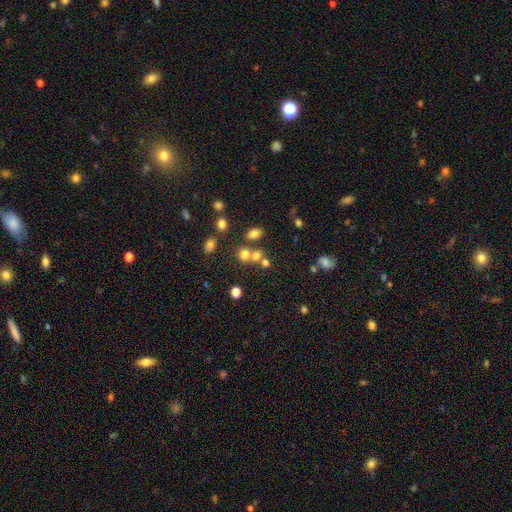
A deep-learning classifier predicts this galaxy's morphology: smooth-or-featured: smooth: 67% | star or artifact: 20% | featured or disk: 12%
  how-rounded: round: 64% | in between: 34% | cigar-shaped: 1%
  merging: none: 47% | merger: 39% | minor disturbance: 9% | major disturbance: 5%